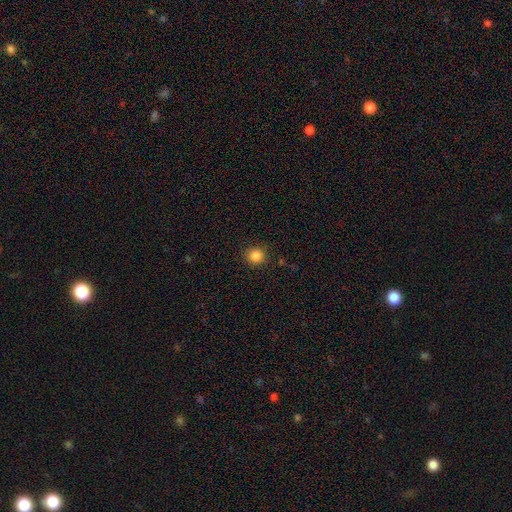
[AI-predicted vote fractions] Smooth or featured?
  - smooth: 85% *
  - star or artifact: 11%
  - featured or disk: 4%
How rounded?
  - round: 92% *
  - in between: 7%
  - cigar-shaped: 1%
Merging?
  - none: 90% *
  - minor disturbance: 6%
  - major disturbance: 2%
  - merger: 1%